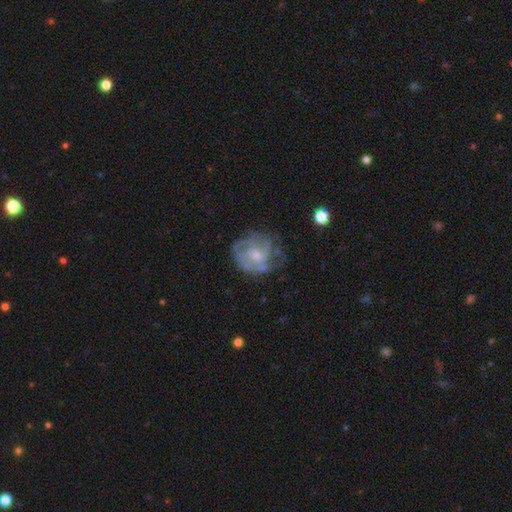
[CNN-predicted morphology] Smooth or featured: featured or disk — 72% (smooth — 20%)
Edge-on disk: no — 98% (yes — 2%)
Bar: no — 65% (weak — 31%)
Spiral arms: yes — 76% (no — 24%)
Spiral winding: tight — 45% (medium — 39%)
Spiral arm count: can't tell — 41% (3 — 23%)
Bulge size: small — 49% (moderate — 38%)
Merging: none — 54% (minor disturbance — 25%)